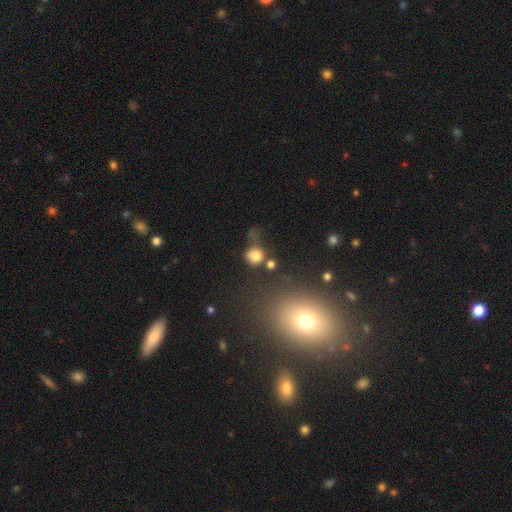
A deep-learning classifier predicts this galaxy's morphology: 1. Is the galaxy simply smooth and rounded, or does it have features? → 79% smooth, 13% star or artifact, 8% featured or disk.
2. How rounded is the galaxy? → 86% round, 13% in between, 1% cigar-shaped.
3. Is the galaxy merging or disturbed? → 54% none, 18% minor disturbance, 16% merger, 12% major disturbance.